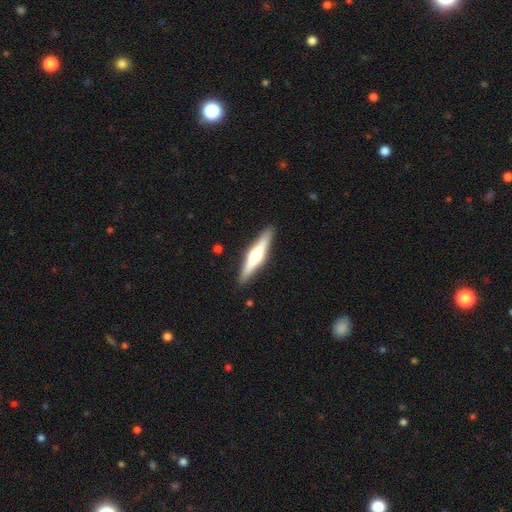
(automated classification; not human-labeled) Q: Smooth or featured?
A: featured or disk (65%); runner-up: smooth (30%)
Q: Edge-on disk?
A: yes (97%); runner-up: no (3%)
Q: Edge-on bulge?
A: rounded (92%); runner-up: boxy (5%)
Q: Merging?
A: none (90%); runner-up: minor disturbance (7%)